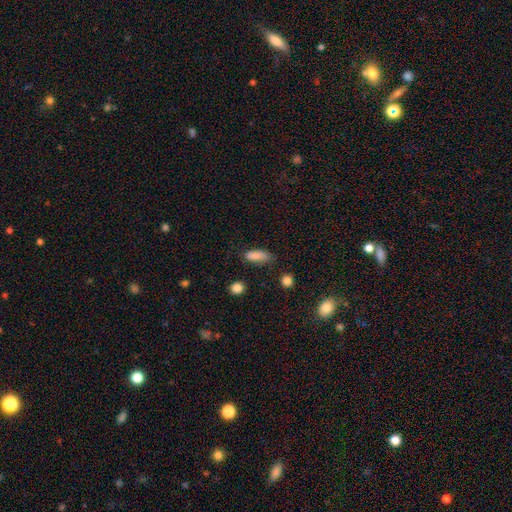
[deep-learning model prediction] Morphology: type=smooth (85%); roundness=in between (68%); merging=none (67%).